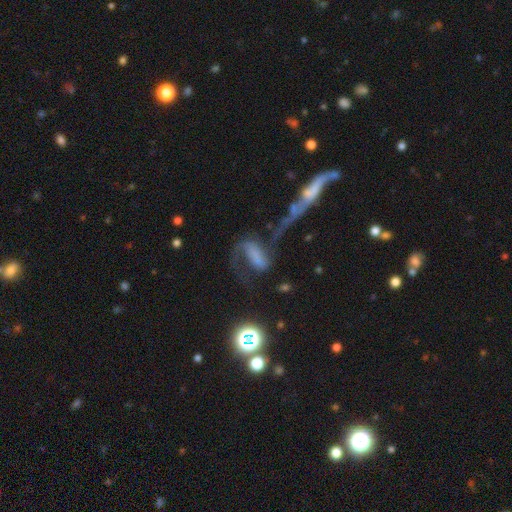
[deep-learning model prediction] A featured or disk galaxy (67%) with a strong bar (37%), 2 (80%) loose (62%) spiral arms (88%) and no central bulge (54%). Merging: none (37%).